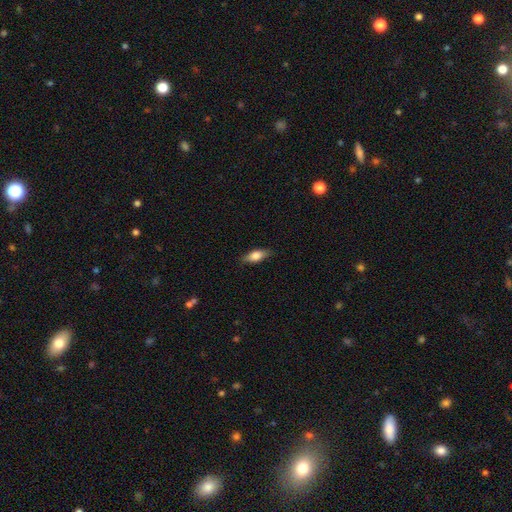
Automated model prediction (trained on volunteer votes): Morphology: type=smooth (70%); roundness=in between (71%); merging=none (85%).